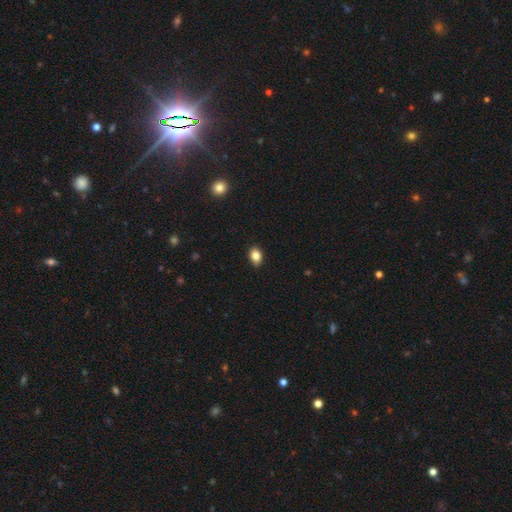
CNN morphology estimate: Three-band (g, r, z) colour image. It shows a smooth galaxy with no disk features (85%) that is in between round and cigar-shaped (69%). Merging: none (81%).